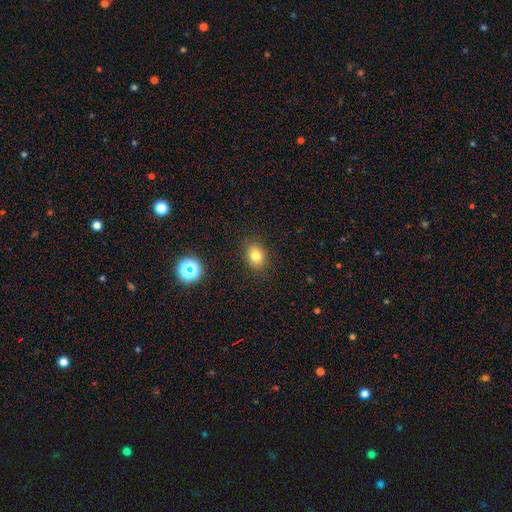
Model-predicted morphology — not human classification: type=smooth (79%); roundness=in between (63%); merging=none (87%).